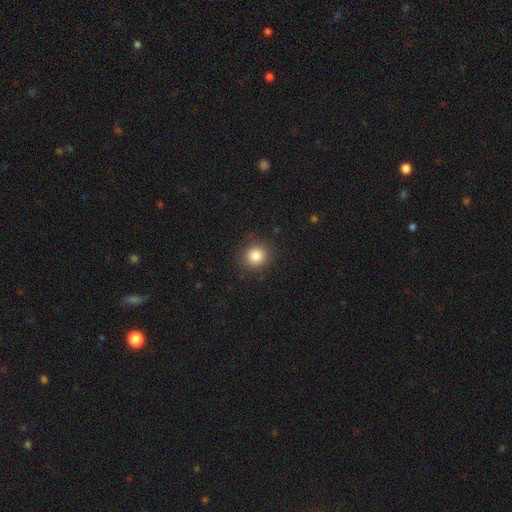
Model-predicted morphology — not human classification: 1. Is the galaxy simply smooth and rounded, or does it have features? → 85% smooth, 11% star or artifact, 5% featured or disk.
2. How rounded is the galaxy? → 89% round, 10% in between, 1% cigar-shaped.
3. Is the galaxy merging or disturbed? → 90% none, 7% minor disturbance, 2% major disturbance, 1% merger.